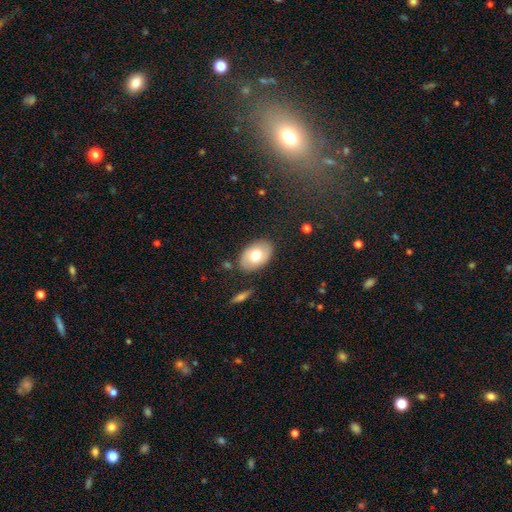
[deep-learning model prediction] This is likely a smooth galaxy (69%). How rounded: clearly in between (88%). Merging: clearly none (83%).